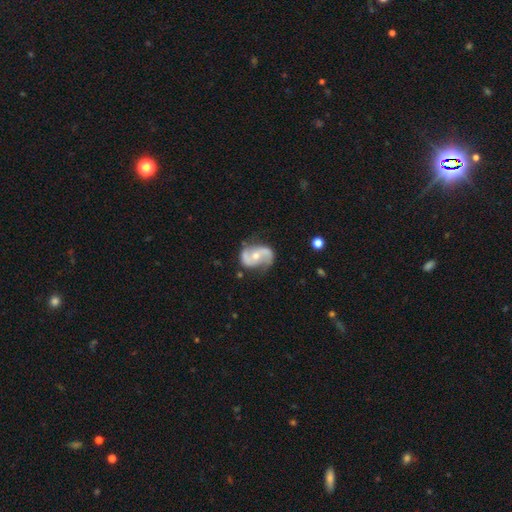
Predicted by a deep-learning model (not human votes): Q: Smooth or featured?
A: featured or disk (85%); runner-up: smooth (10%)
Q: Edge-on disk?
A: no (97%); runner-up: yes (3%)
Q: Bar?
A: no (52%); runner-up: weak (35%)
Q: Spiral arms?
A: yes (94%); runner-up: no (6%)
Q: Spiral winding?
A: loose (44%); runner-up: medium (42%)
Q: Spiral arm count?
A: 2 (91%); runner-up: can't tell (4%)
Q: Bulge size?
A: moderate (60%); runner-up: small (35%)
Q: Merging?
A: none (70%); runner-up: minor disturbance (20%)